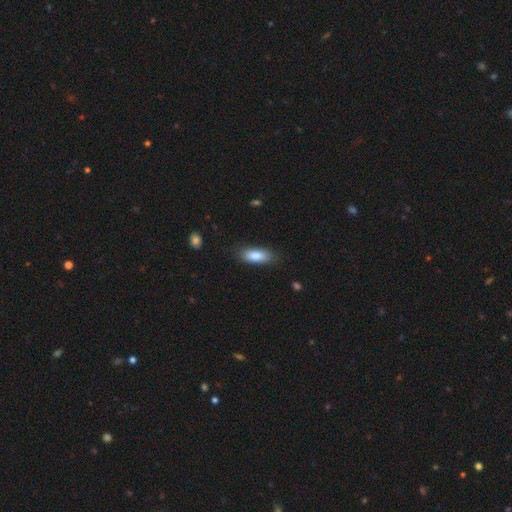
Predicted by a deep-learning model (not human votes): This is clearly a smooth galaxy (85%). How rounded: likely in between (75%). Merging: clearly none (82%).